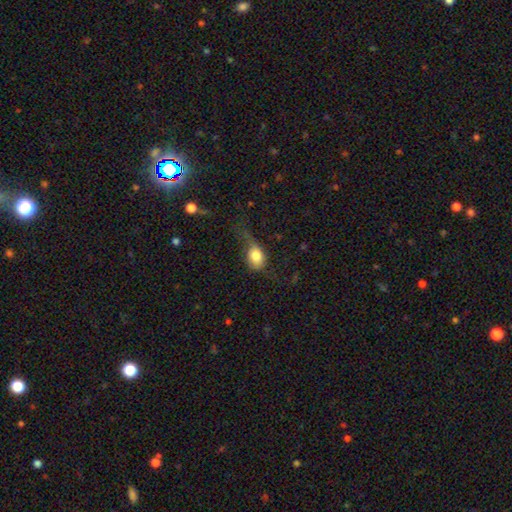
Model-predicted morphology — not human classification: Smooth or featured? Predicted: smooth (p=0.74). How rounded? Predicted: in between (p=0.68). Merging? Predicted: major disturbance (p=0.37).